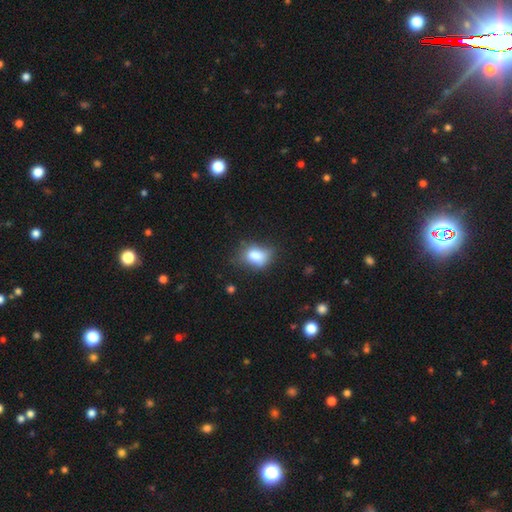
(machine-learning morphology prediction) Overall: smooth (80%). How rounded: in between (67%; round 32%). Merging: none (51%; minor disturbance 33%).